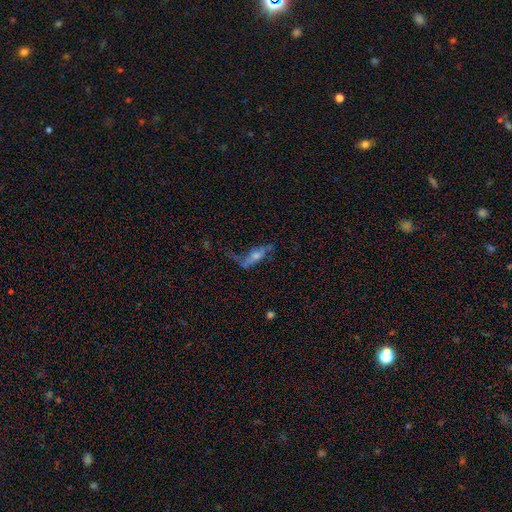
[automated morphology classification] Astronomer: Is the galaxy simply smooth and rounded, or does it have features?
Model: featured or disk — 63%.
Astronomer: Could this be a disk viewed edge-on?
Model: no — 60% (runner-up: yes, 40%).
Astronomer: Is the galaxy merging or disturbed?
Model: none — 43% (runner-up: major disturbance, 30%).